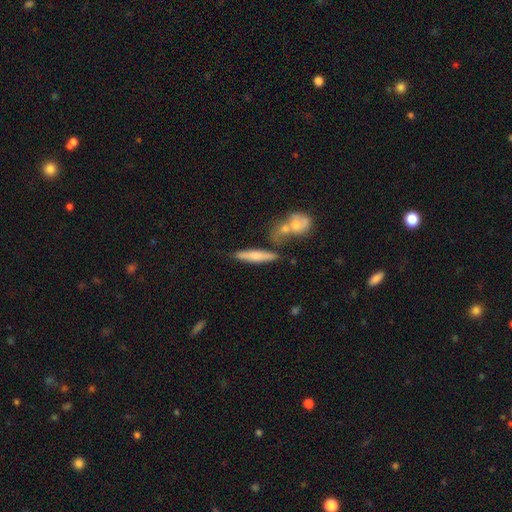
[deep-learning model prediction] This is possibly a smooth galaxy (59%). How rounded: clearly cigar-shaped (80%). Merging: likely none (64%).